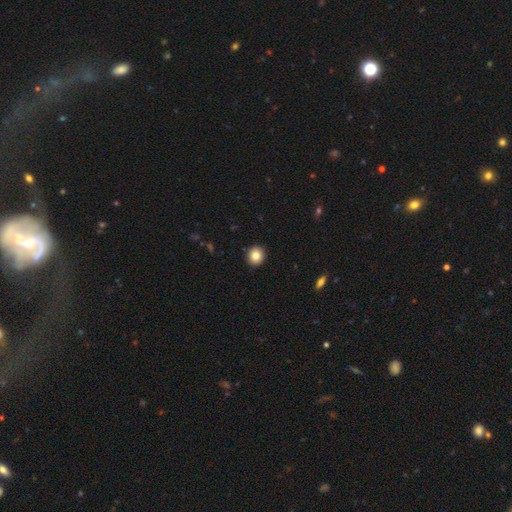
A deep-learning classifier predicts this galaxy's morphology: Smooth or featured: smooth — 83% (star or artifact — 10%)
How rounded: round — 91% (in between — 8%)
Merging: none — 93% (minor disturbance — 5%)